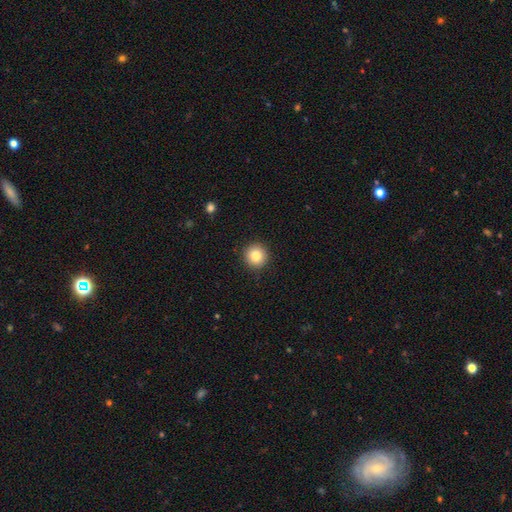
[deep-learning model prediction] smooth 83%, star or artifact 10%, featured or disk 7%. Down the decision tree: how rounded — round (95%); merging — none (92%).